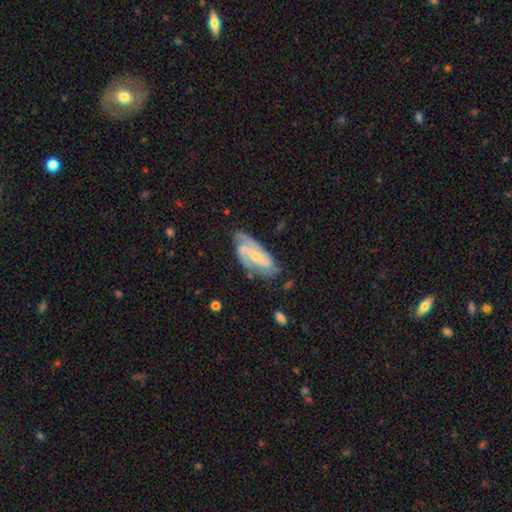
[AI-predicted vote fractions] smooth-or-featured: featured or disk: 85% | smooth: 10% | star or artifact: 5%
  disk-edge-on: no: 95% | yes: 5%
    bar: weak: 40% | strong: 31% | no: 28%
    has-spiral-arms: yes: 97% | no: 3%
      spiral-winding: medium: 46% | tight: 40% | loose: 14%
      spiral-arm-count: 2: 63% | 3: 19% | can't tell: 9% | 4: 3% | 1: 3% | more than 4: 2%
    bulge-size: small: 64% | moderate: 30% | none: 4% | large: 1% | dominant: 1%
  merging: none: 69% | minor disturbance: 22% | major disturbance: 7% | merger: 2%